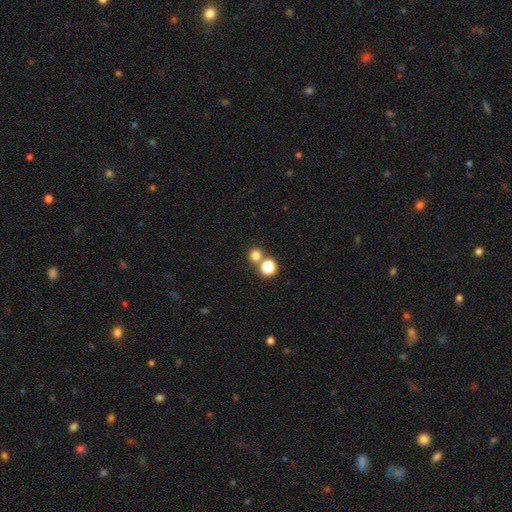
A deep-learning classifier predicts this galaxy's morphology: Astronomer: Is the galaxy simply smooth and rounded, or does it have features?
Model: smooth — 76%.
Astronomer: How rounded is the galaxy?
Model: round — 86%.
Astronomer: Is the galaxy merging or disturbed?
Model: none — 64%.